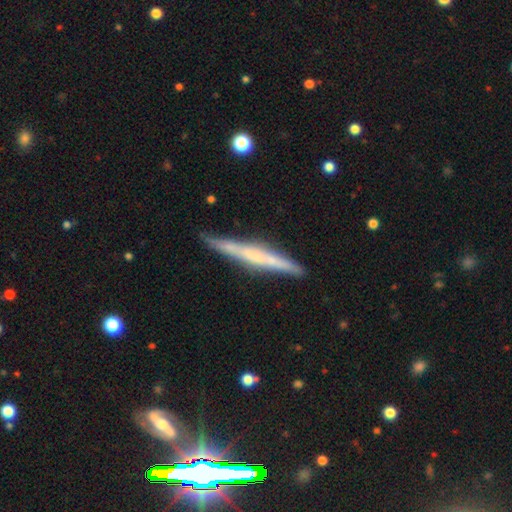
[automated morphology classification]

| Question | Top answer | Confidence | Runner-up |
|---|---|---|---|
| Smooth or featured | featured or disk | 60% | smooth (34%) |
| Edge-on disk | yes | 95% | no (5%) |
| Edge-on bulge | none | 56% | rounded (27%) |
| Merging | none | 81% | minor disturbance (14%) |